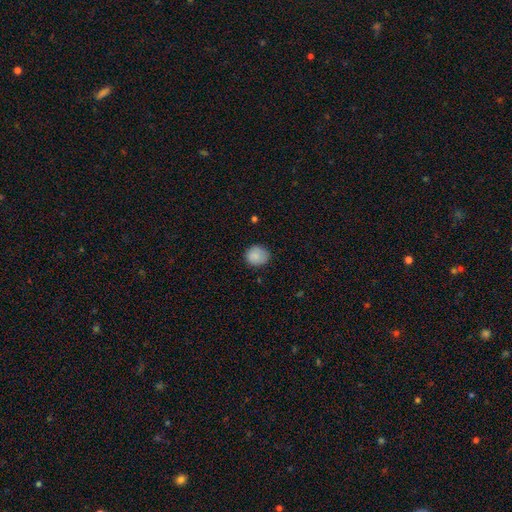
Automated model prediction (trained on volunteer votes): Q: Smooth or featured?
A: smooth (86%); runner-up: star or artifact (8%)
Q: How rounded?
A: round (83%); runner-up: in between (17%)
Q: Merging?
A: none (78%); runner-up: minor disturbance (17%)